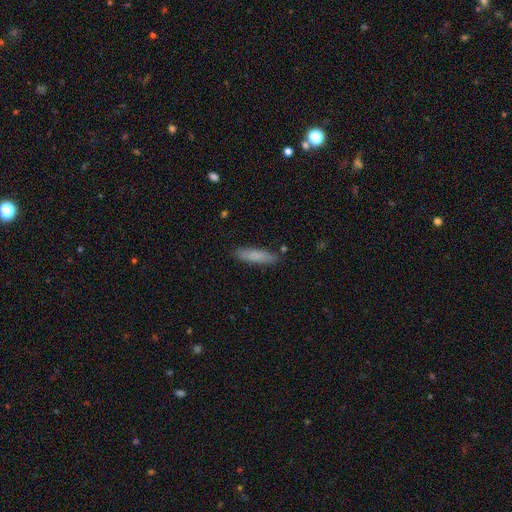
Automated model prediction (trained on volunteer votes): smooth_or_featured: smooth (p=0.82) [alt: featured or disk p=0.12]
how_rounded: cigar-shaped (p=0.72) [alt: in between p=0.26]
merging: none (p=0.84) [alt: minor disturbance p=0.12]